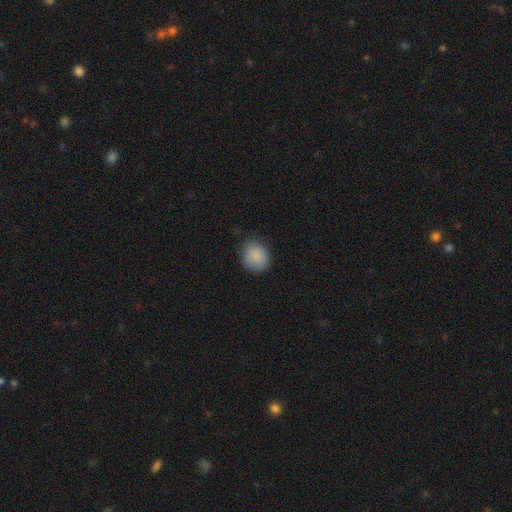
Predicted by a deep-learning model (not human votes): smooth_or_featured: smooth (p=0.87) [alt: star or artifact p=0.08]
how_rounded: round (p=0.62) [alt: in between p=0.37]
merging: none (p=0.73) [alt: minor disturbance p=0.21]